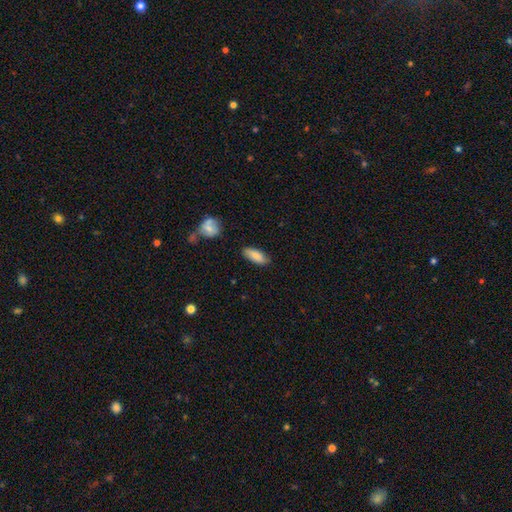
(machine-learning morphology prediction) A smooth galaxy with no disk features (83%) that is in between round and cigar-shaped (81%). Merging: none (81%).